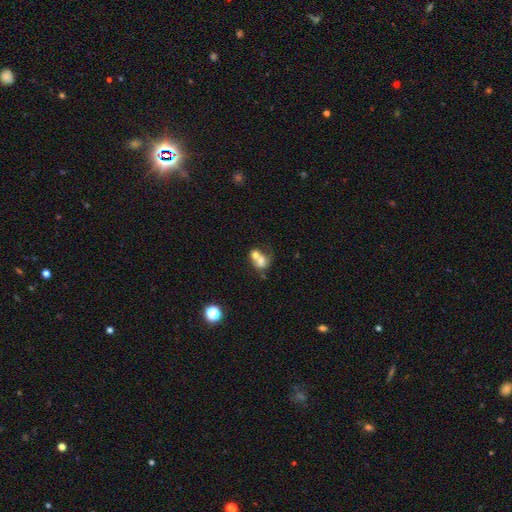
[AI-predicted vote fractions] Smooth or featured: smooth — 64% (featured or disk — 25%)
How rounded: round — 50% (in between — 48%)
Merging: merger — 70% (none — 18%)